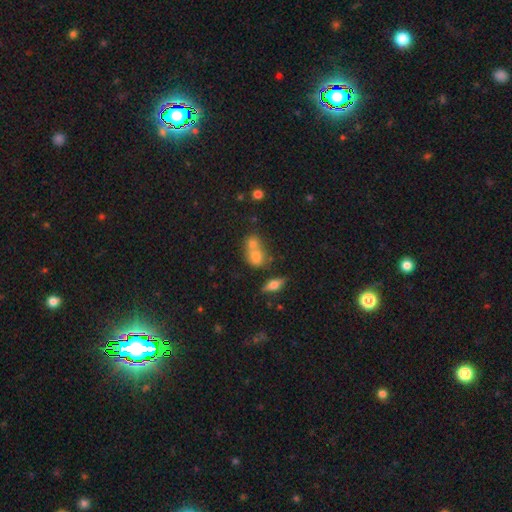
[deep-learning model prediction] A smooth galaxy with no disk features (72%) that is round (50%). Merging: merger (58%).